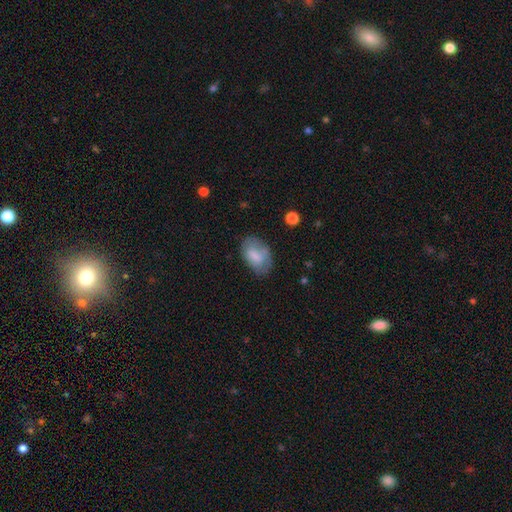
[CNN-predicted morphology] Smooth or featured: smooth — 73% (featured or disk — 20%)
How rounded: in between — 88% (round — 10%)
Merging: none — 63% (minor disturbance — 26%)